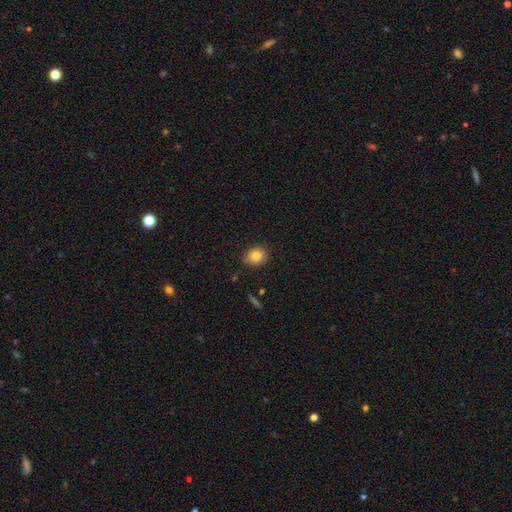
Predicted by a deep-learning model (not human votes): smooth-or-featured: smooth: 82% | star or artifact: 10% | featured or disk: 8%
  how-rounded: round: 66% | in between: 33% | cigar-shaped: 1%
  merging: none: 84% | minor disturbance: 12% | major disturbance: 2% | merger: 2%